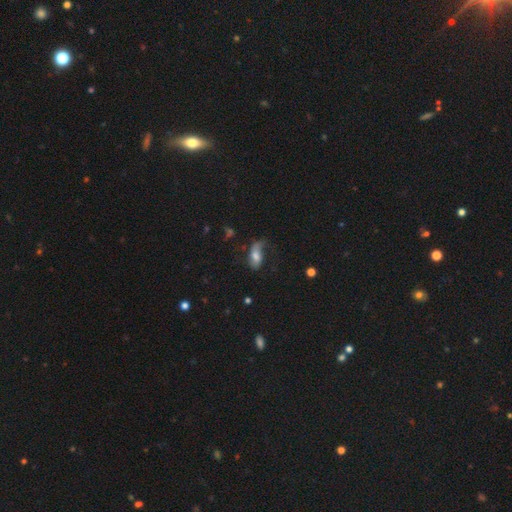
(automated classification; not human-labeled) Smooth or featured?
  - smooth: 47% *
  - featured or disk: 43%
  - star or artifact: 9%
Merging?
  - none: 41% *
  - major disturbance: 29%
  - minor disturbance: 27%
  - merger: 3%